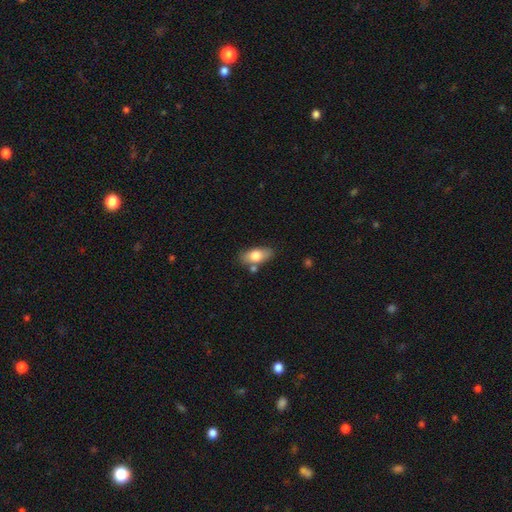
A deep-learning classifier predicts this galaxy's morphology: smooth-or-featured: smooth: 74% | featured or disk: 19% | star or artifact: 7%
  how-rounded: in between: 88% | cigar-shaped: 6% | round: 6%
  merging: none: 72% | minor disturbance: 15% | merger: 9% | major disturbance: 3%